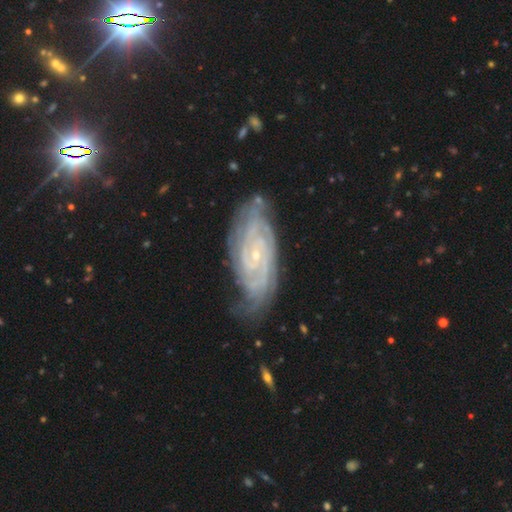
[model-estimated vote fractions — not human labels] Q: Smooth or featured?
A: featured or disk (89%); runner-up: star or artifact (6%)
Q: Edge-on disk?
A: no (95%); runner-up: yes (5%)
Q: Bar?
A: no (65%); runner-up: weak (26%)
Q: Spiral arms?
A: yes (98%); runner-up: no (2%)
Q: Spiral winding?
A: tight (76%); runner-up: medium (21%)
Q: Spiral arm count?
A: 2 (31%); runner-up: can't tell (22%)
Q: Bulge size?
A: small (85%); runner-up: moderate (11%)
Q: Merging?
A: none (73%); runner-up: minor disturbance (20%)